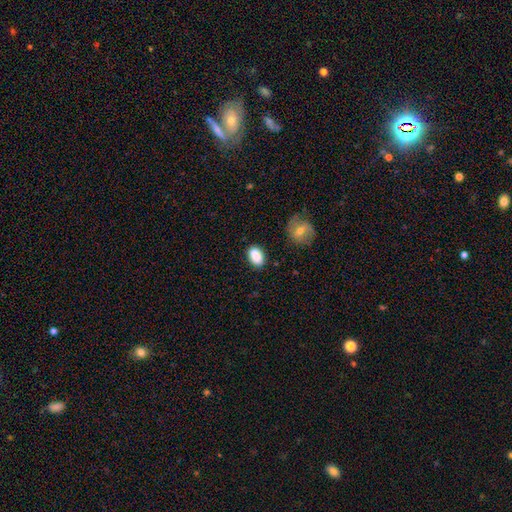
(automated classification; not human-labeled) smooth 87%, star or artifact 8%, featured or disk 6%. Down the decision tree: how rounded — in between (88%); merging — none (82%).